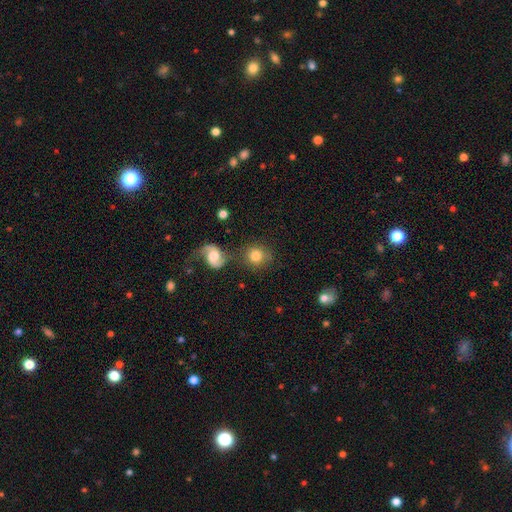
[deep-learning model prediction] The model was most divided on "merging": none: 68%, merger: 15%, minor disturbance: 12%, major disturbance: 5%. More confident: how rounded — round (86%); smooth or featured — smooth (75%).